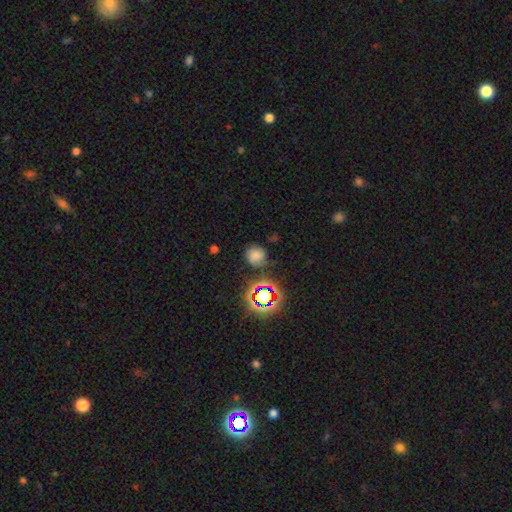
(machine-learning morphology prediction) Smooth or featured? Predicted: smooth (p=0.65). How rounded? Predicted: round (p=0.85). Merging? Predicted: none (p=0.71).